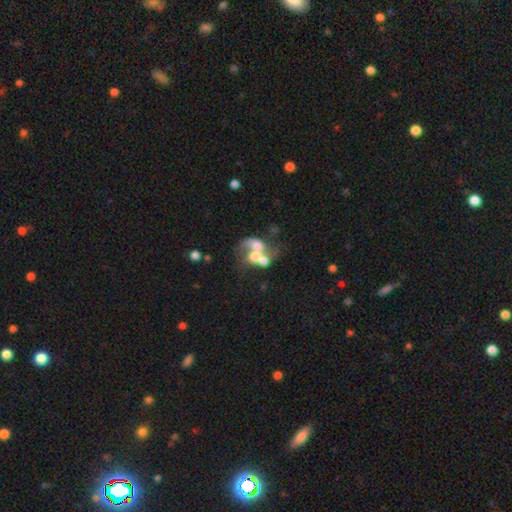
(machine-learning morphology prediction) Smooth or featured? Predicted: featured or disk (p=0.50). Merging? Predicted: merger (p=0.68).